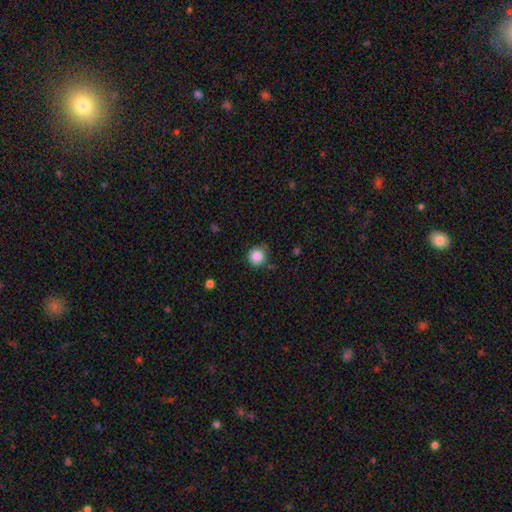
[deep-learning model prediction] smooth_or_featured: smooth (p=0.86) [alt: star or artifact p=0.10]
how_rounded: round (p=0.93) [alt: in between p=0.07]
merging: none (p=0.80) [alt: minor disturbance p=0.15]